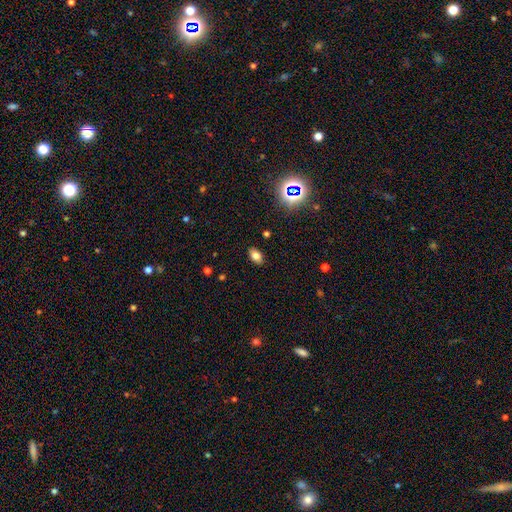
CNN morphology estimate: Smooth or featured?
  - smooth: 76% *
  - star or artifact: 14%
  - featured or disk: 10%
How rounded?
  - in between: 87% *
  - round: 10%
  - cigar-shaped: 2%
Merging?
  - none: 87% *
  - minor disturbance: 9%
  - major disturbance: 2%
  - merger: 1%